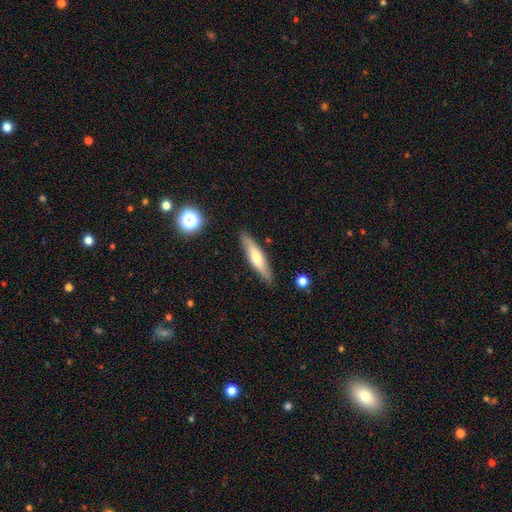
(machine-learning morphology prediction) Smooth or featured?
  - smooth: 52% *
  - featured or disk: 41%
  - star or artifact: 7%
How rounded?
  - cigar-shaped: 82% *
  - in between: 17%
  - round: 2%
Merging?
  - none: 87% *
  - minor disturbance: 9%
  - major disturbance: 2%
  - merger: 2%